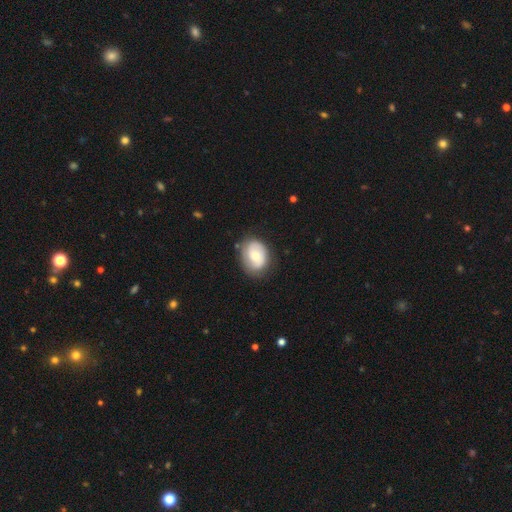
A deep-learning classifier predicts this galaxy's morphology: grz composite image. It shows a smooth galaxy with no disk features (56%) that is in between round and cigar-shaped (62%). Merging: none (73%).